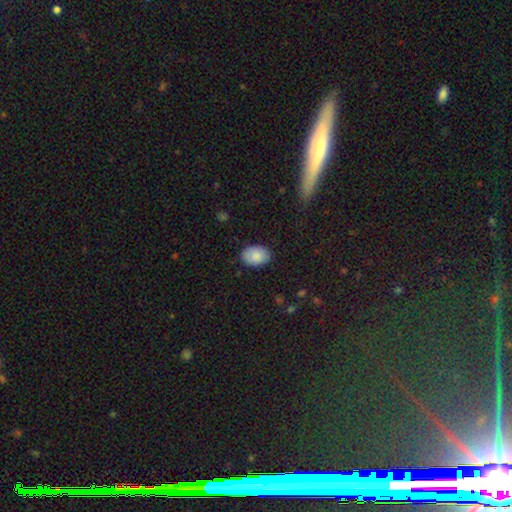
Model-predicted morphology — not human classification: type=smooth (88%); roundness=in between (82%); merging=none (87%).